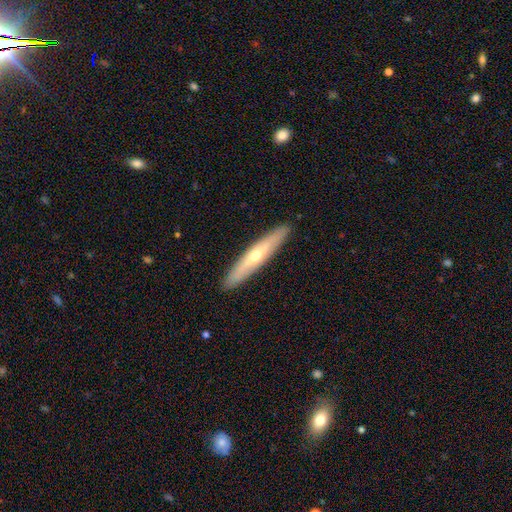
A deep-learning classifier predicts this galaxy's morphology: smooth_or_featured: featured or disk (p=0.55) [alt: smooth p=0.38]
disk_edge_on: yes (p=0.87) [alt: no p=0.13]
merging: none (p=0.92) [alt: minor disturbance p=0.06]